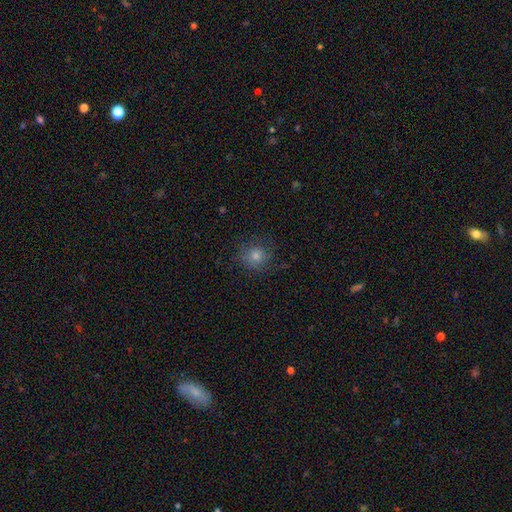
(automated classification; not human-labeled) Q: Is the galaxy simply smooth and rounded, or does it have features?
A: smooth — 66%.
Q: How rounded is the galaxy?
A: round — 89%.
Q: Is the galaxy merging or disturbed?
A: none — 78%.